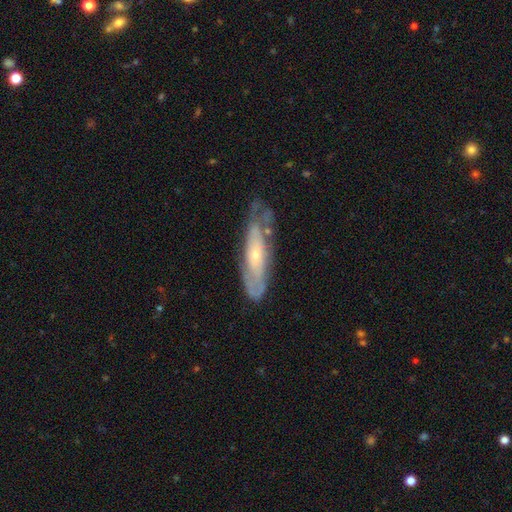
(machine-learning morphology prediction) Smooth or featured? Predicted: featured or disk (p=0.68). Edge-on disk? Predicted: no (p=0.69). Merging? Predicted: none (p=0.60).